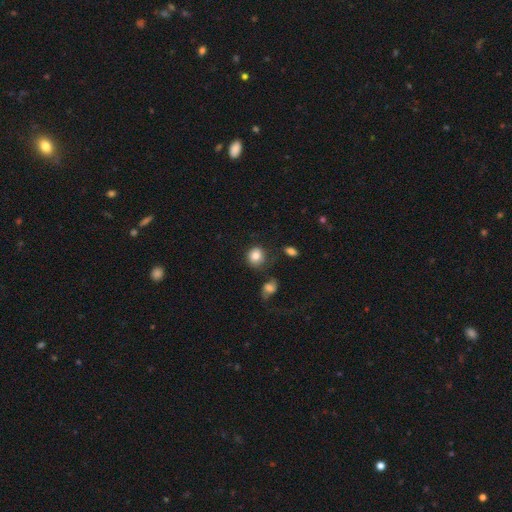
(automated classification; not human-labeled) Smooth or featured: smooth — 82% (featured or disk — 9%)
How rounded: round — 81% (in between — 18%)
Merging: none — 71% (minor disturbance — 16%)